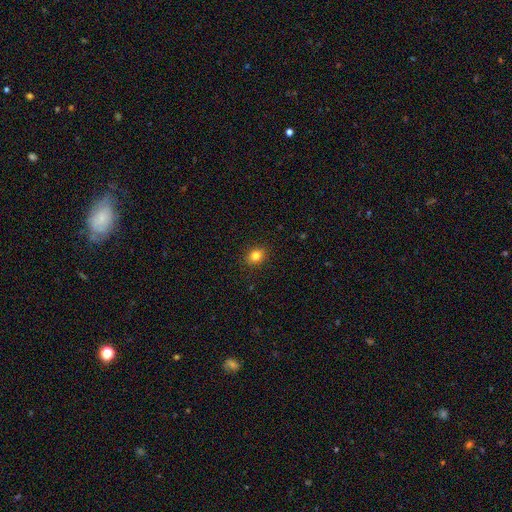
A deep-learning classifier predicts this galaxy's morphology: Q: Smooth or featured?
A: smooth (82%); runner-up: star or artifact (12%)
Q: How rounded?
A: round (57%); runner-up: in between (42%)
Q: Merging?
A: none (90%); runner-up: minor disturbance (7%)